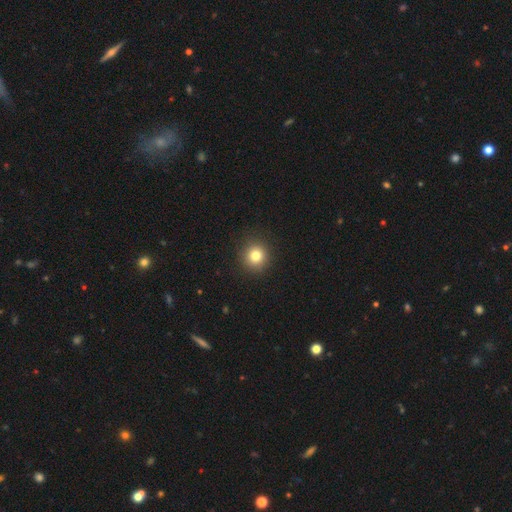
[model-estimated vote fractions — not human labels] Smooth or featured?
  - smooth: 81% *
  - star or artifact: 12%
  - featured or disk: 7%
How rounded?
  - round: 93% *
  - in between: 6%
  - cigar-shaped: 1%
Merging?
  - none: 91% *
  - minor disturbance: 6%
  - major disturbance: 2%
  - merger: 1%